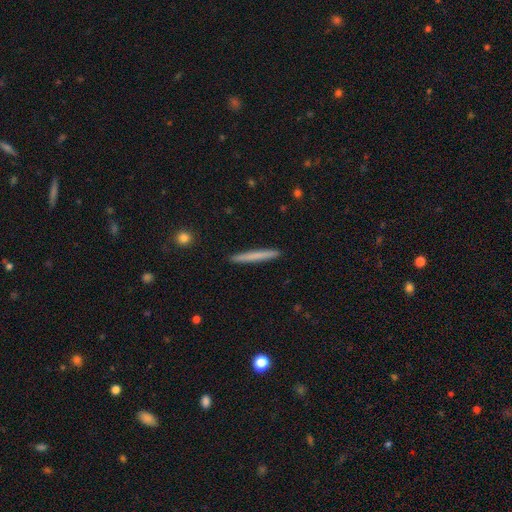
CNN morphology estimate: The model was most divided on "smooth or featured": smooth: 69%, featured or disk: 25%, star or artifact: 5%. More confident: how rounded — cigar-shaped (97%); merging — none (92%).